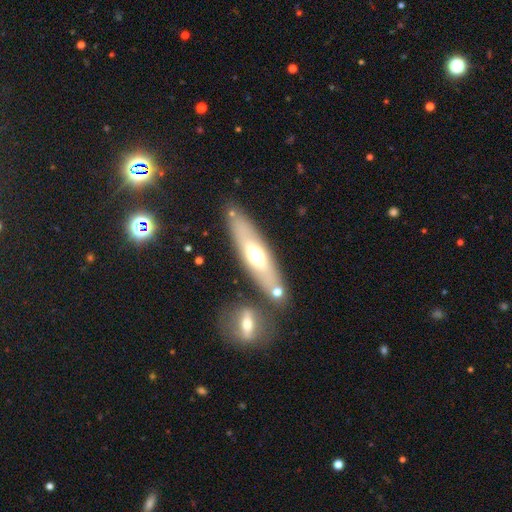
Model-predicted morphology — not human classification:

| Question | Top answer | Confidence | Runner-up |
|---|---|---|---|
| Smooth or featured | smooth | 52% | featured or disk (40%) |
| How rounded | cigar-shaped | 55% | in between (41%) |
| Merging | none | 76% | merger (10%) |